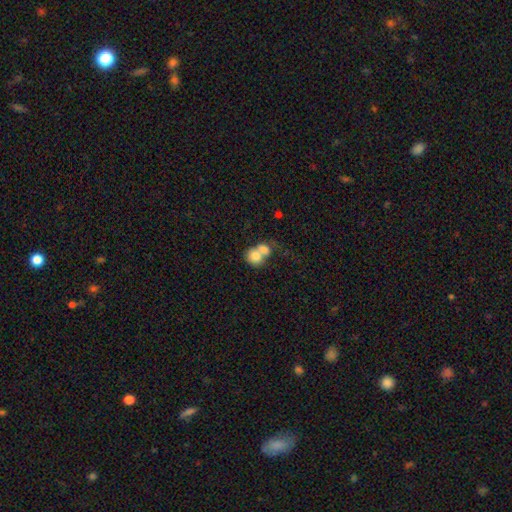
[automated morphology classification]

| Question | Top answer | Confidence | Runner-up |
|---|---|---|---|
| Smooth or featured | smooth | 74% | featured or disk (18%) |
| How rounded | round | 65% | in between (34%) |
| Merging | merger | 71% | none (19%) |